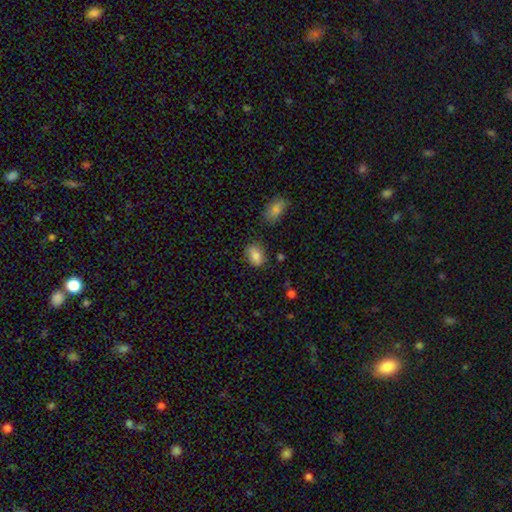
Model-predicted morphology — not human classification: A smooth galaxy with no disk features (84%) that is in between round and cigar-shaped (75%).

Vote fractions:
- Smooth or featured? smooth: 84% / star or artifact: 8% / featured or disk: 8%
- How rounded? in between: 75% / round: 24% / cigar-shaped: 1%
- Merging? none: 78% / minor disturbance: 16% / major disturbance: 3% / merger: 3%